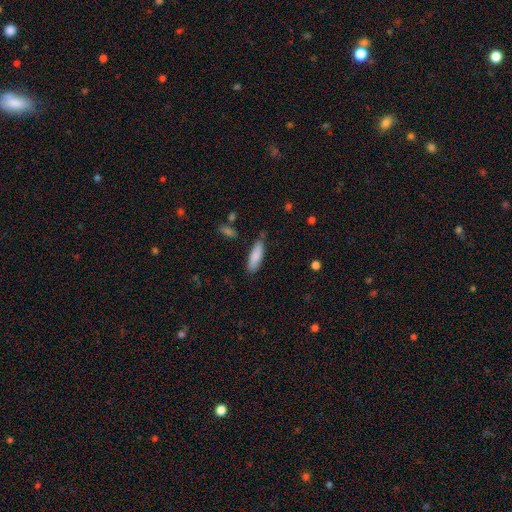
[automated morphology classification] Smooth or featured: smooth — 85% (featured or disk — 9%)
How rounded: in between — 50% (cigar-shaped — 49%)
Merging: none — 76% (minor disturbance — 18%)